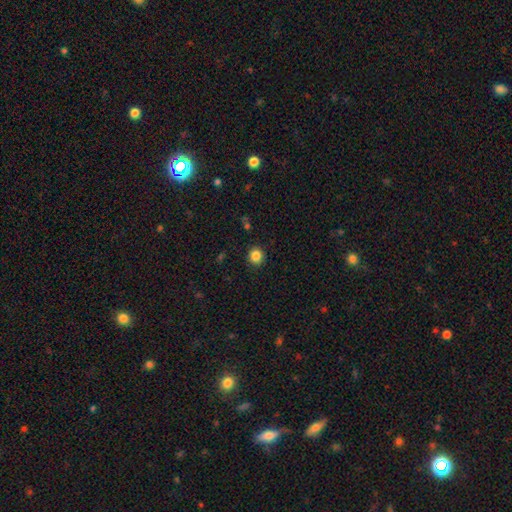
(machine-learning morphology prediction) A smooth galaxy with no disk features (85%) that is round (87%).

Vote fractions:
- Smooth or featured? smooth: 85% / star or artifact: 11% / featured or disk: 4%
- How rounded? round: 87% / in between: 12% / cigar-shaped: 1%
- Merging? none: 91% / minor disturbance: 6% / major disturbance: 2% / merger: 1%